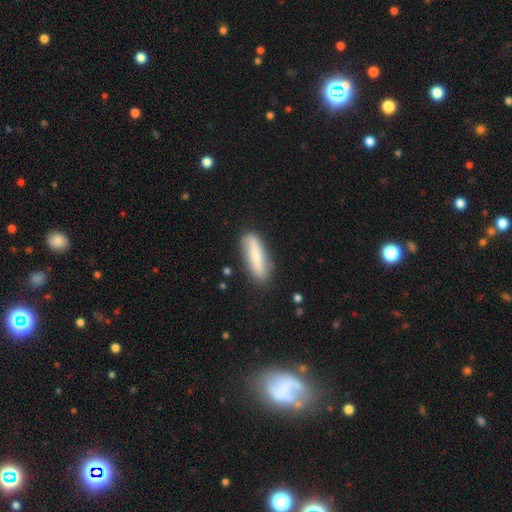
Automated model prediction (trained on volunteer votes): Smooth or featured: smooth — 74% (featured or disk — 19%)
How rounded: cigar-shaped — 65% (in between — 33%)
Merging: none — 79% (minor disturbance — 15%)